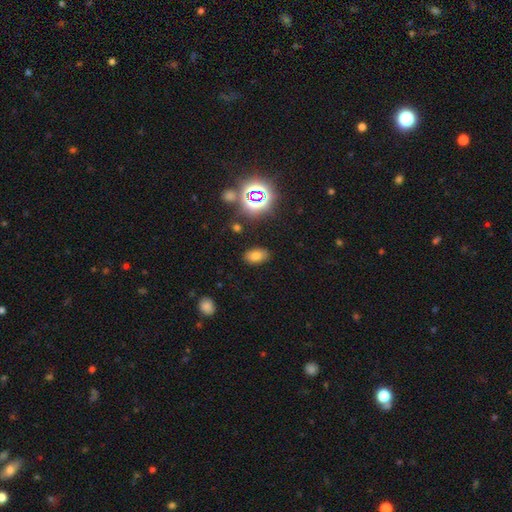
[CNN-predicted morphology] smooth 70%, star or artifact 21%, featured or disk 9%. Down the decision tree: how rounded — in between (88%); merging — none (85%).